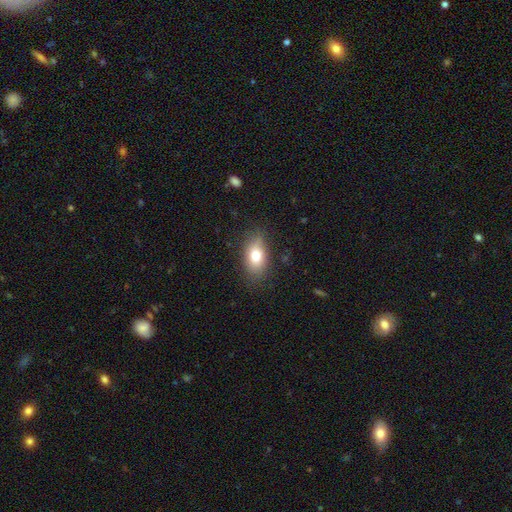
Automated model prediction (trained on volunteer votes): This appears to be a smooth galaxy with no disk features (74%) that is in between round and cigar-shaped (85%). Merging: none (79%).